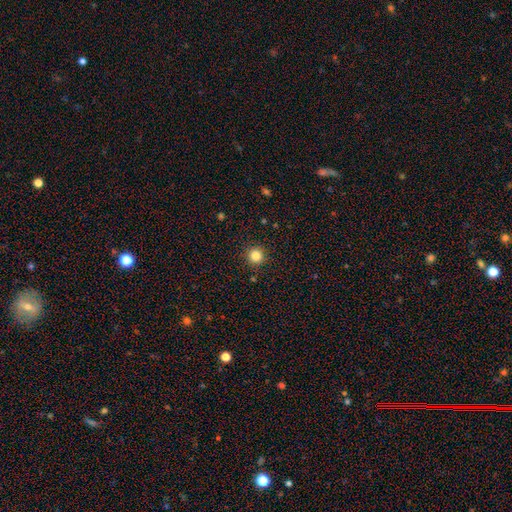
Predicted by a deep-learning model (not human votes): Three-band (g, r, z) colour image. It shows a smooth galaxy with no disk features (84%) that is round (95%). Merging: none (92%).